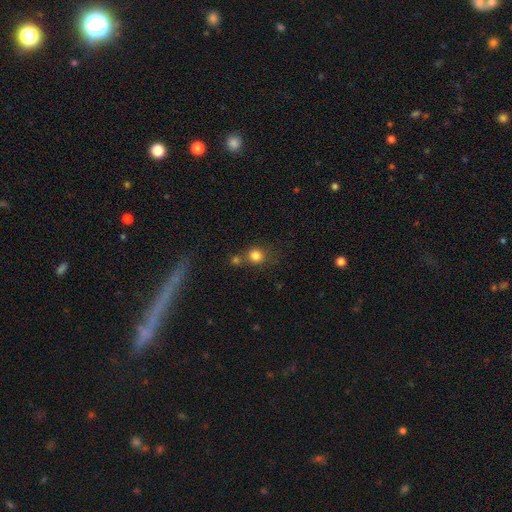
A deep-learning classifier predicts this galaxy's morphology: Smooth or featured: smooth — 81% (star or artifact — 12%)
How rounded: round — 83% (in between — 16%)
Merging: none — 57% (merger — 25%)